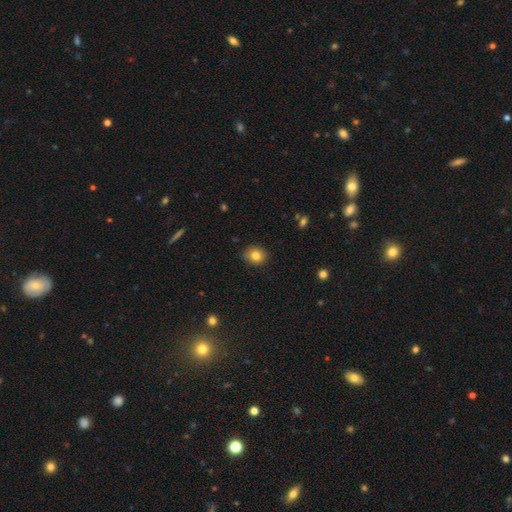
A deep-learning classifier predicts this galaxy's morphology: A smooth galaxy with no disk features (81%) that is round (67%).

Vote fractions:
- Smooth or featured? smooth: 81% / star or artifact: 10% / featured or disk: 9%
- How rounded? round: 67% / in between: 32% / cigar-shaped: 1%
- Merging? none: 86% / minor disturbance: 11% / major disturbance: 2% / merger: 1%